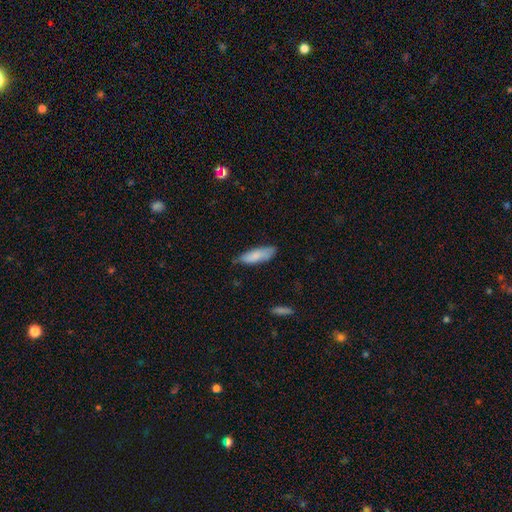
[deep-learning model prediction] This appears to be a smooth galaxy with no disk features (81%) that is in between round and cigar-shaped (52%). Merging: none (64%).